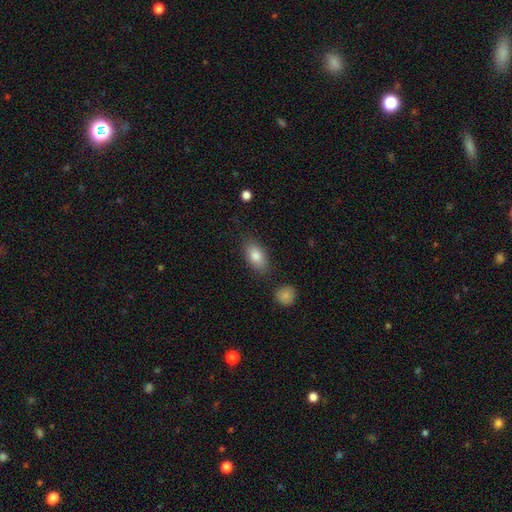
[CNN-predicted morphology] Q: Smooth or featured?
A: smooth (83%); runner-up: featured or disk (10%)
Q: How rounded?
A: in between (89%); runner-up: round (7%)
Q: Merging?
A: none (80%); runner-up: minor disturbance (13%)